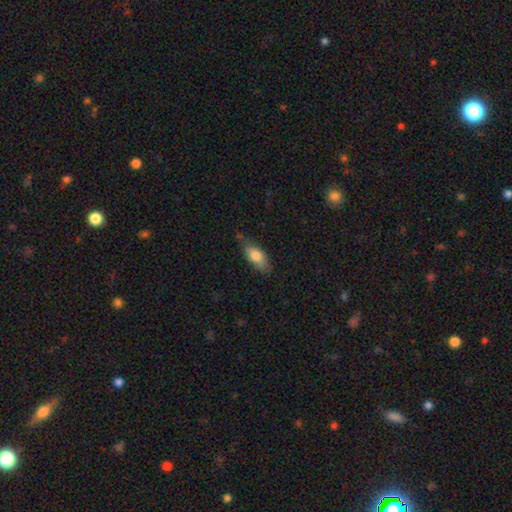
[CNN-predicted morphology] Smooth or featured? smooth (80%)
How rounded? in between (86%)
Merging? none (63%)